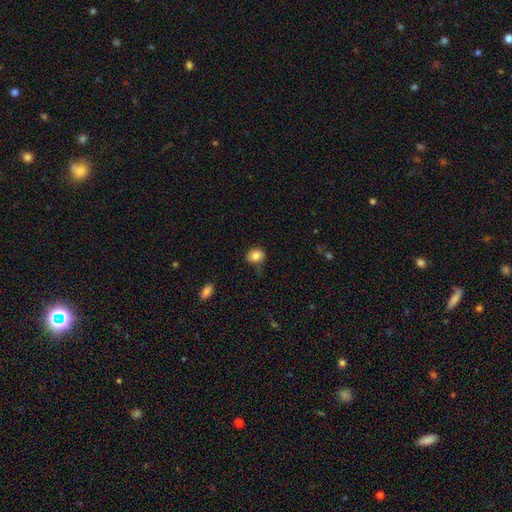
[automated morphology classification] smooth-or-featured: smooth: 82% | star or artifact: 9% | featured or disk: 8%
  how-rounded: round: 56% | in between: 43% | cigar-shaped: 1%
  merging: none: 66% | minor disturbance: 25% | major disturbance: 6% | merger: 2%